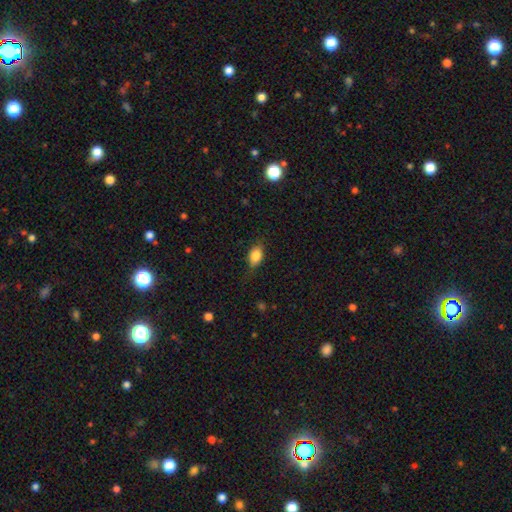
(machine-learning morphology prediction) Q: Smooth or featured?
A: smooth (82%); runner-up: featured or disk (10%)
Q: How rounded?
A: in between (81%); runner-up: round (15%)
Q: Merging?
A: none (73%); runner-up: minor disturbance (20%)